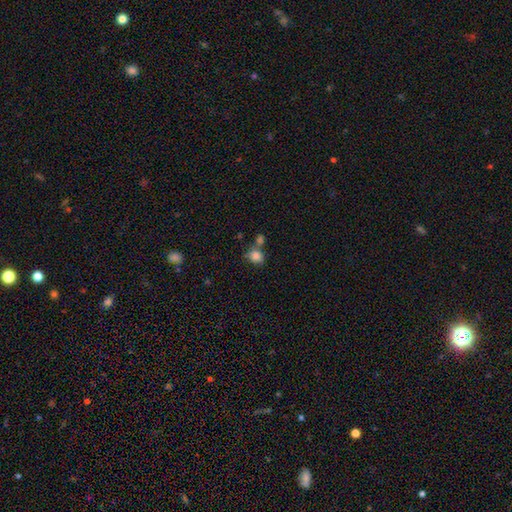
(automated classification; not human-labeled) smooth-or-featured: smooth: 83% | star or artifact: 10% | featured or disk: 6%
  how-rounded: round: 55% | in between: 44% | cigar-shaped: 1%
  merging: none: 50% | merger: 28% | minor disturbance: 15% | major disturbance: 6%